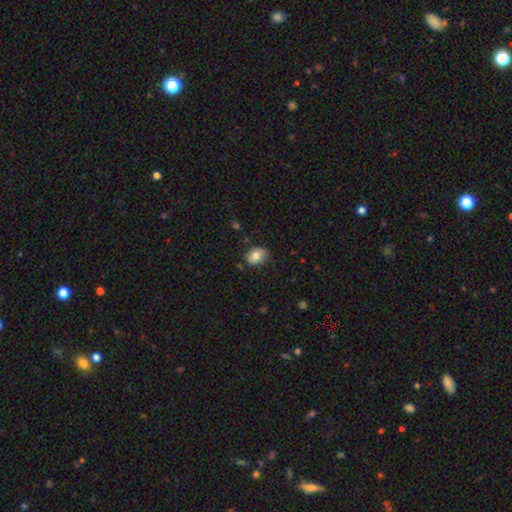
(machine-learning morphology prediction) type=smooth (78%); roundness=in between (75%); merging=none (79%).